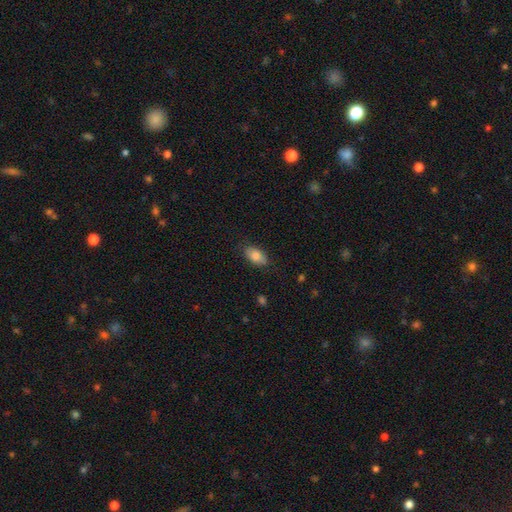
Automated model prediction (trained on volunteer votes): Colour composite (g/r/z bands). It shows a smooth galaxy with no disk features (79%) that is in between round and cigar-shaped (91%). Merging: none (83%).